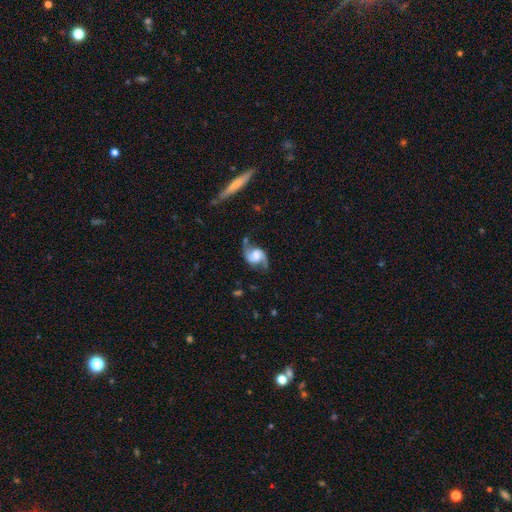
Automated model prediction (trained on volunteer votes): Q: Smooth or featured?
A: featured or disk (86%); runner-up: smooth (8%)
Q: Edge-on disk?
A: no (97%); runner-up: yes (3%)
Q: Bar?
A: no (53%); runner-up: weak (36%)
Q: Spiral arms?
A: yes (97%); runner-up: no (3%)
Q: Spiral winding?
A: loose (51%); runner-up: medium (40%)
Q: Spiral arm count?
A: 2 (94%); runner-up: can't tell (2%)
Q: Bulge size?
A: large (32%); runner-up: moderate (31%)
Q: Merging?
A: none (71%); runner-up: minor disturbance (18%)